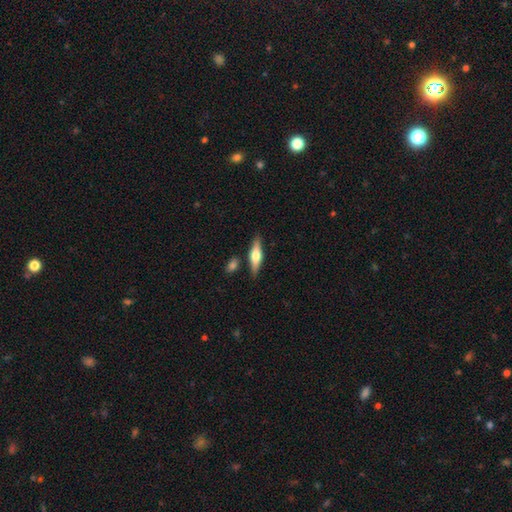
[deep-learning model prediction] Q: Smooth or featured?
A: featured or disk (53%); runner-up: smooth (41%)
Q: Edge-on disk?
A: yes (94%); runner-up: no (6%)
Q: Merging?
A: none (83%); runner-up: minor disturbance (9%)